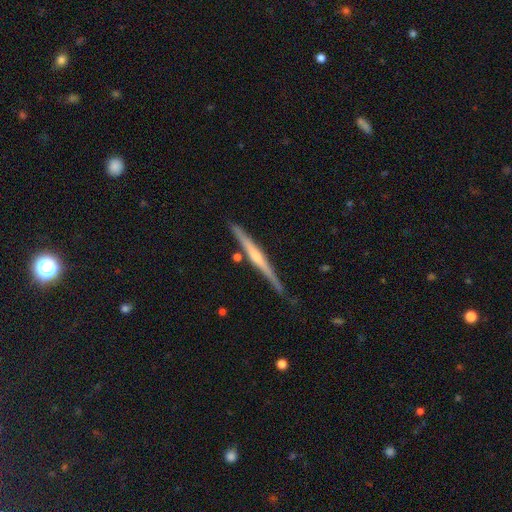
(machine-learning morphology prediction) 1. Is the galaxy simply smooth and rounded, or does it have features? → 81% featured or disk, 14% smooth, 6% star or artifact.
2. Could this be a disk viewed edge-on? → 98% yes, 2% no.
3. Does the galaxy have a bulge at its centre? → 74% rounded, 18% none, 8% boxy.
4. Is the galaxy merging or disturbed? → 85% none, 11% minor disturbance, 2% merger, 2% major disturbance.